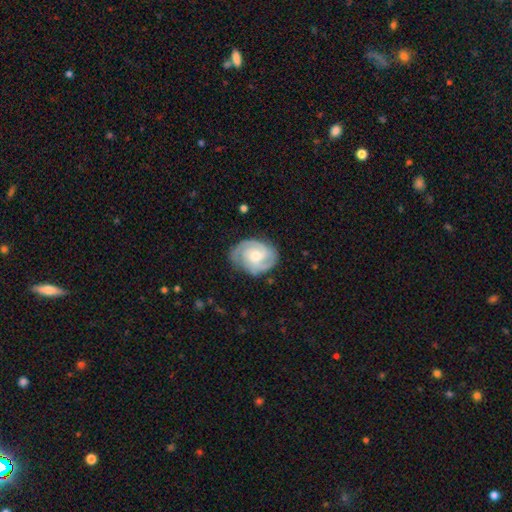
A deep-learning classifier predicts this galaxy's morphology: type=featured or disk (85%); edge-on=no (98%); bar=no (60%); spiral arms=yes (97%); winding=tight (56%); arm count=2 (38%, tied with 3); bulge=moderate (53%); merging=none (77%).